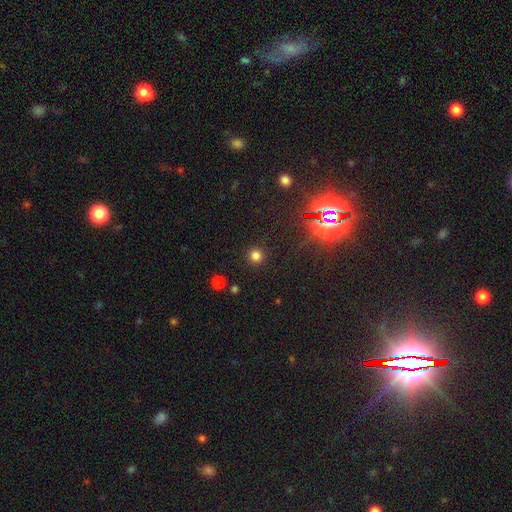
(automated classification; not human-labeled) Smooth or featured: smooth — 76% (star or artifact — 19%)
How rounded: round — 95% (in between — 4%)
Merging: none — 91% (minor disturbance — 5%)